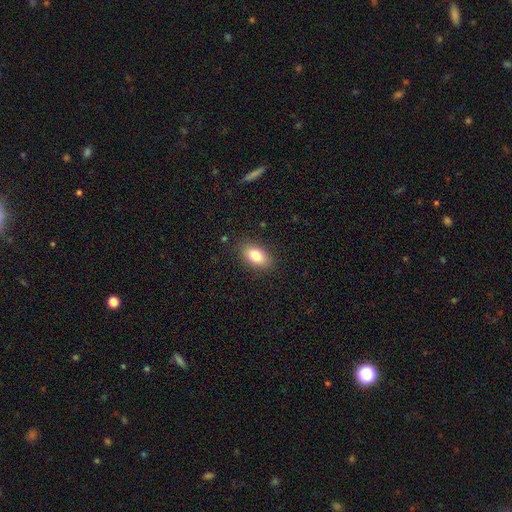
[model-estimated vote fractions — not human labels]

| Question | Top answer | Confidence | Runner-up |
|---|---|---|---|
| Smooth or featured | smooth | 82% | featured or disk (10%) |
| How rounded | in between | 90% | round (7%) |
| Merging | none | 87% | minor disturbance (10%) |